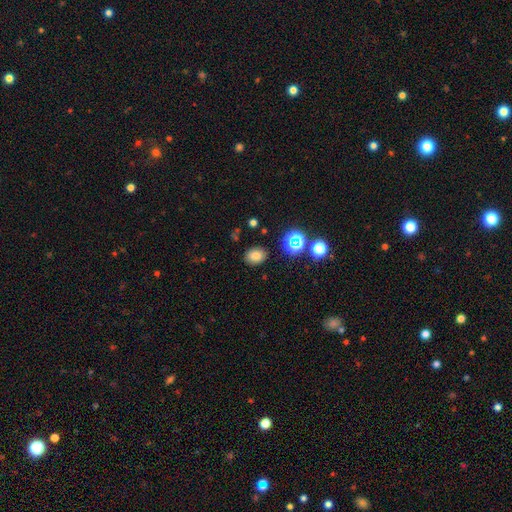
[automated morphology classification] Overall: smooth (77%). How rounded: in between (57%; round 42%). Merging: none (85%).